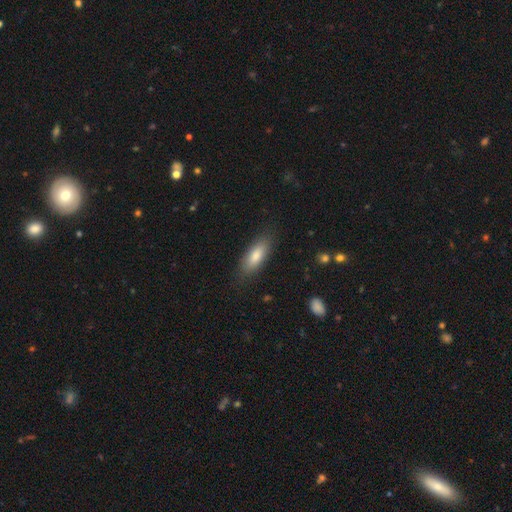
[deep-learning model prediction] Smooth or featured? Predicted: smooth (p=0.80). How rounded? Predicted: in between (p=0.68). Merging? Predicted: none (p=0.83).